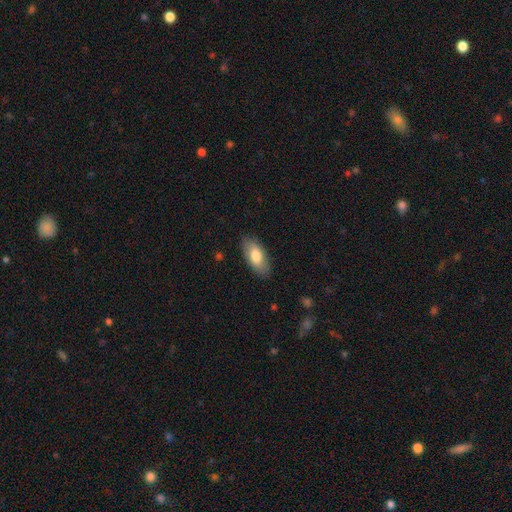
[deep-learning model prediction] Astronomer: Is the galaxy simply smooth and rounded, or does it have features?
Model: smooth — 76%.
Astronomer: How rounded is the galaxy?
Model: in between — 89%.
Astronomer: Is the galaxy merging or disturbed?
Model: none — 85%.